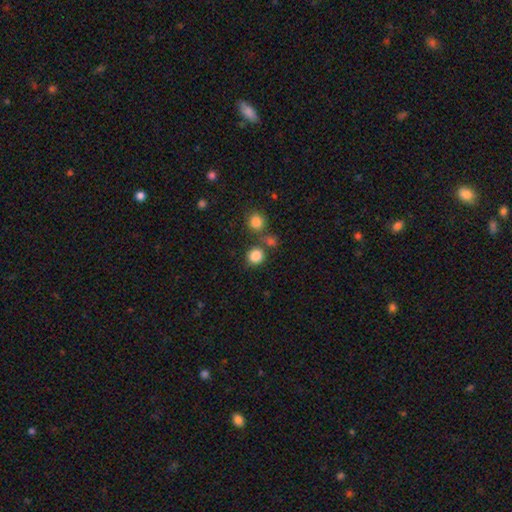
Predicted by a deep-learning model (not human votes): smooth_or_featured: smooth (p=0.85) [alt: star or artifact p=0.11]
how_rounded: round (p=0.86) [alt: in between p=0.13]
merging: none (p=0.73) [alt: merger p=0.15]